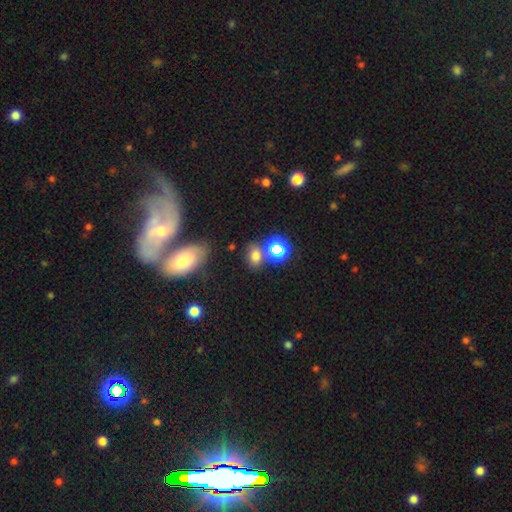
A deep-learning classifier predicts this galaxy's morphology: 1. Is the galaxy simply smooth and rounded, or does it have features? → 63% smooth, 29% star or artifact, 8% featured or disk.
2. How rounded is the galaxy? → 64% in between, 34% round, 2% cigar-shaped.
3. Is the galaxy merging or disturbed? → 67% none, 15% merger, 13% minor disturbance, 5% major disturbance.